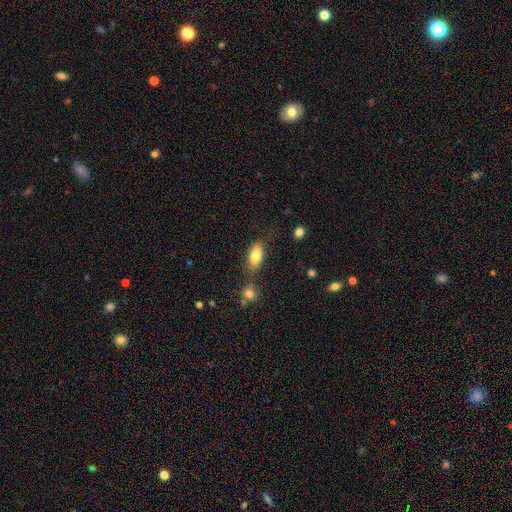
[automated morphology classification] type=smooth (79%); roundness=in between (89%); merging=none (69%).